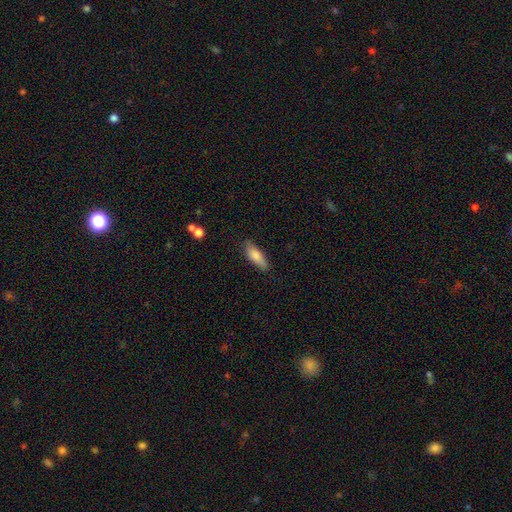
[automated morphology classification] Smooth or featured? Predicted: smooth (p=0.82). How rounded? Predicted: in between (p=0.59). Merging? Predicted: none (p=0.77).